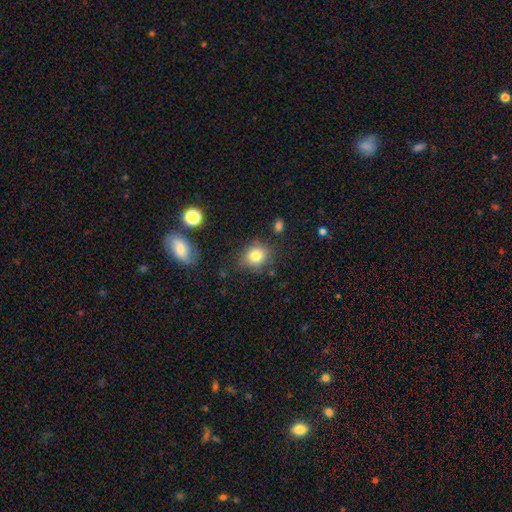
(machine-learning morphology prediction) This appears to be a smooth galaxy with no disk features (81%) that is round (72%). Merging: none (77%).